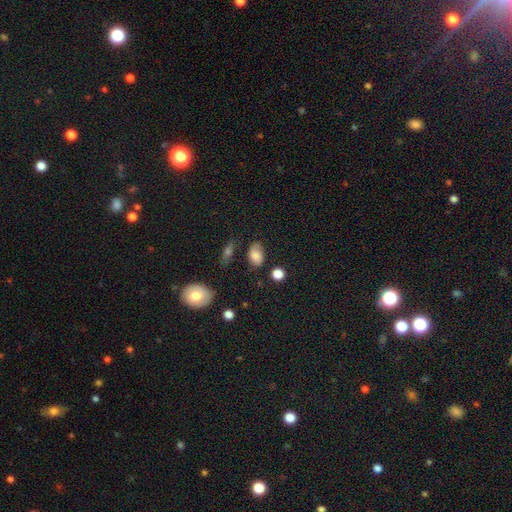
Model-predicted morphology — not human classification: smooth_or_featured: smooth (p=0.76) [alt: featured or disk p=0.13]
how_rounded: in between (p=0.85) [alt: round p=0.13]
merging: none (p=0.64) [alt: minor disturbance p=0.25]